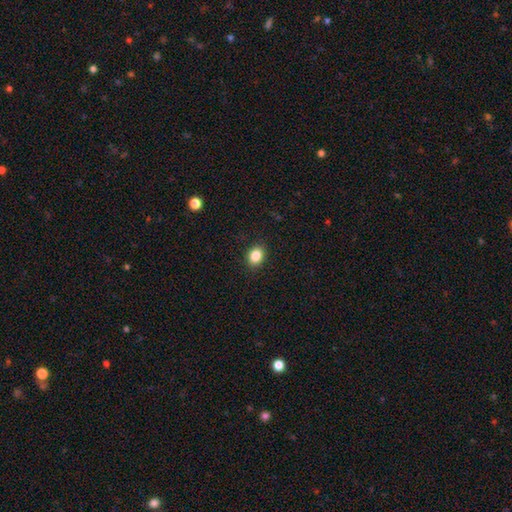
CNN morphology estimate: Smooth or featured? smooth (85%)
How rounded? in between (57%)
Merging? none (89%)